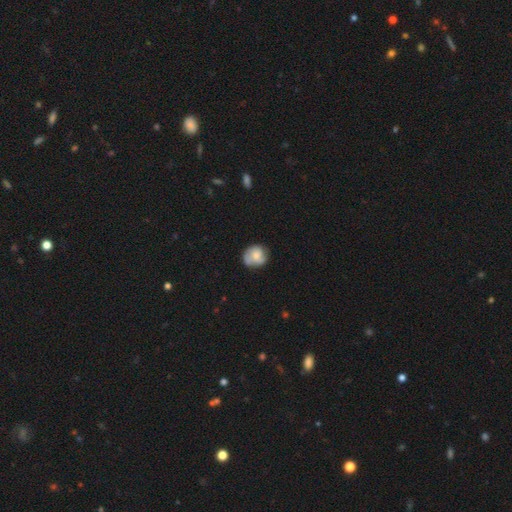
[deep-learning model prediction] This appears to be a smooth galaxy with no disk features (60%) that is round (79%). Merging: none (63%).